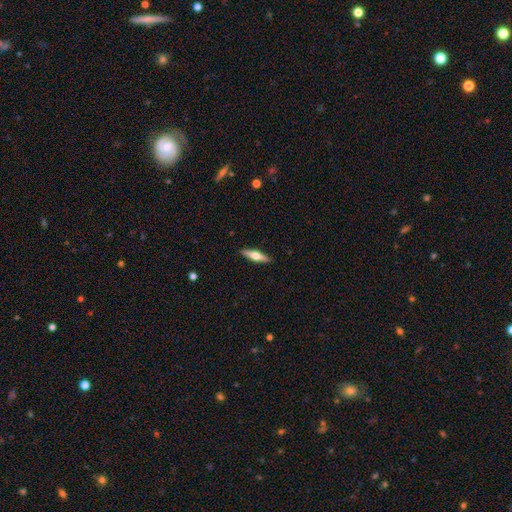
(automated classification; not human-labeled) Overall: featured or disk (54%; smooth 41%). Edge-on disk: yes (95%). Edge-on bulge: rounded (93%). Merging: none (90%).